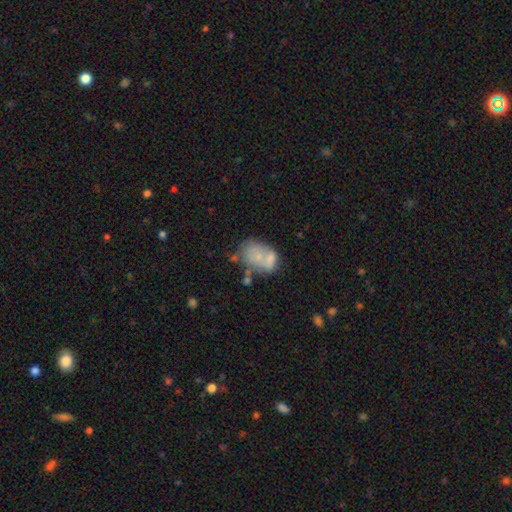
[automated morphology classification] smooth-or-featured: smooth: 59% | featured or disk: 32% | star or artifact: 9%
  how-rounded: in between: 71% | round: 28% | cigar-shaped: 1%
  merging: merger: 39% | none: 30% | minor disturbance: 19% | major disturbance: 13%